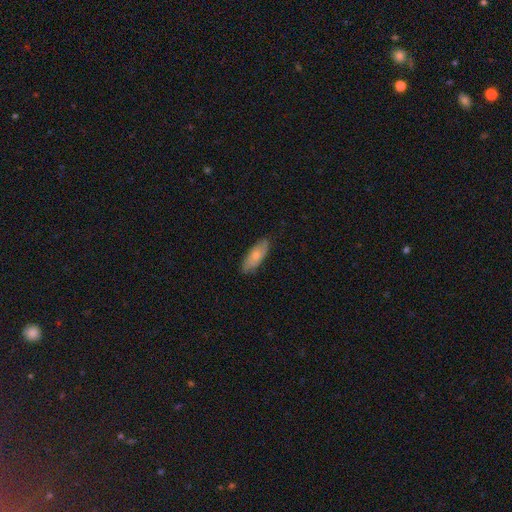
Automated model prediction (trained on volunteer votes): Morphology: type=smooth (66%); roundness=in between (74%); merging=none (79%).